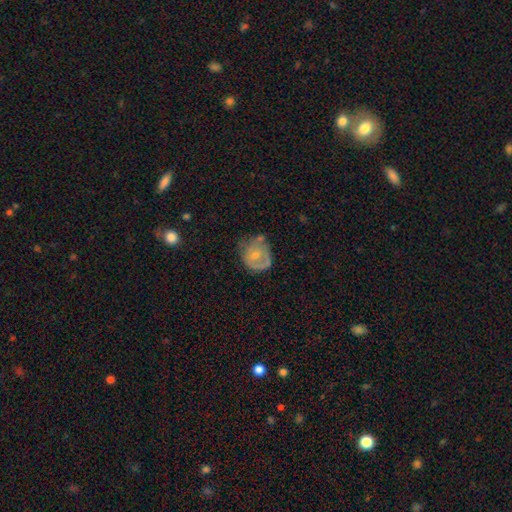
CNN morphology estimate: A smooth galaxy with no disk features (46%, tied with featured or disk). Merging: none (42%).